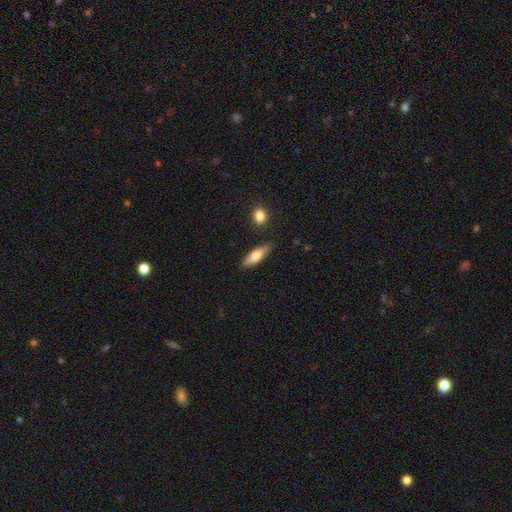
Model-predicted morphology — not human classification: Overall: smooth (75%). How rounded: cigar-shaped (53%; in between 45%). Merging: none (83%).